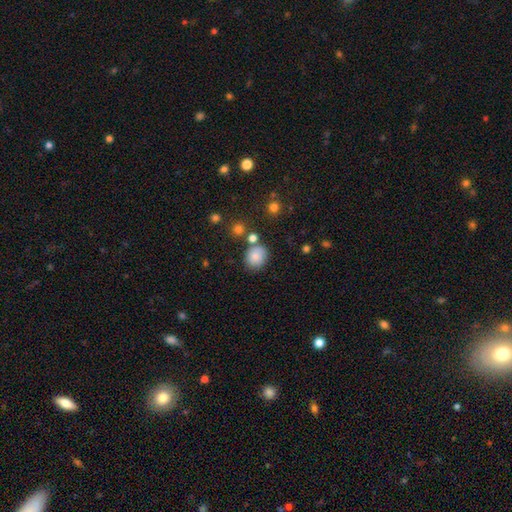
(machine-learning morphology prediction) A smooth galaxy with no disk features (82%) that is round (72%). Merging: none (73%).